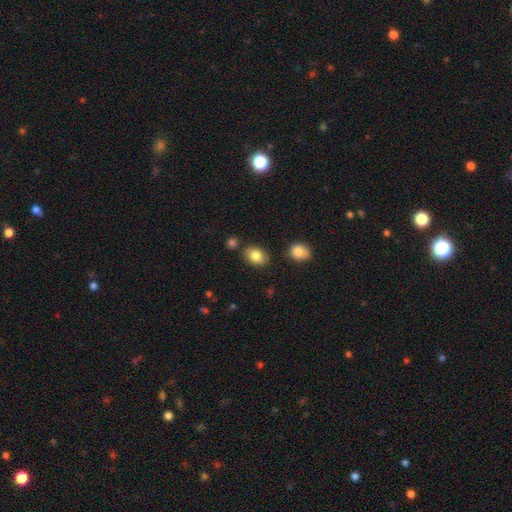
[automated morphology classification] A smooth galaxy with no disk features (84%) that is in between round and cigar-shaped (76%). Merging: none (80%).